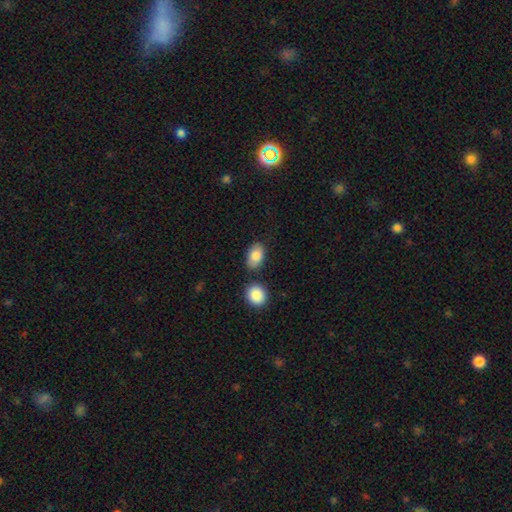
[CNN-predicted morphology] Q: Smooth or featured?
A: smooth (85%); runner-up: featured or disk (8%)
Q: How rounded?
A: in between (88%); runner-up: round (11%)
Q: Merging?
A: none (73%); runner-up: minor disturbance (14%)